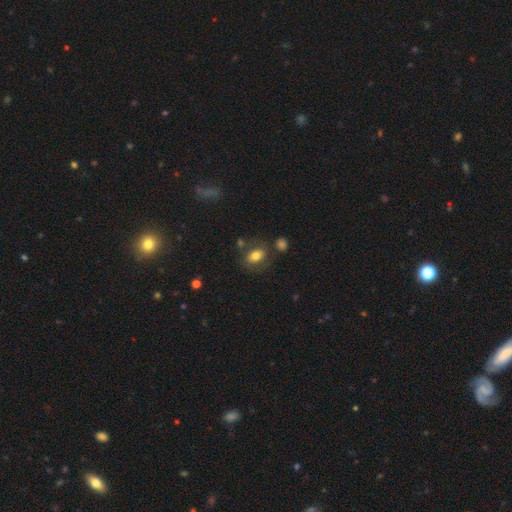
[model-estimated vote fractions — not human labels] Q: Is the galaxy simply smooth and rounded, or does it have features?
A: smooth — 72%.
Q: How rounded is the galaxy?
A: in between — 72%.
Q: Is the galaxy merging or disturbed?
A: none — 68%.